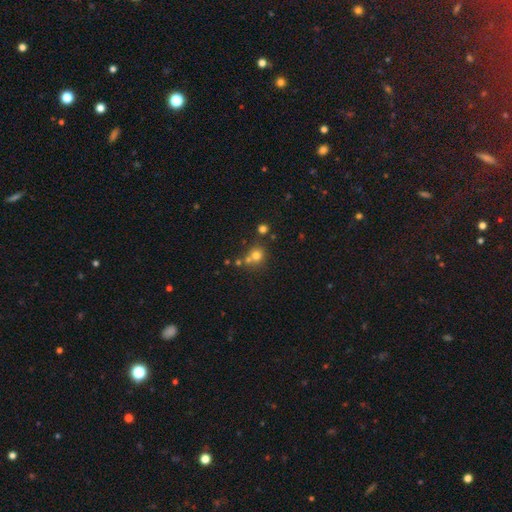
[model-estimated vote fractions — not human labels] This is likely a smooth galaxy (71%). How rounded: clearly round (85%). Merging: possibly none (57%).